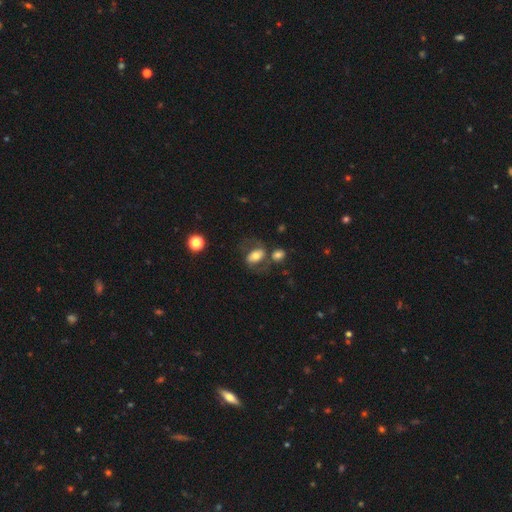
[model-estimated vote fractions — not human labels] smooth 52%, featured or disk 39%, star or artifact 9%. Down the decision tree: how rounded — in between (80%); merging — none (47%).